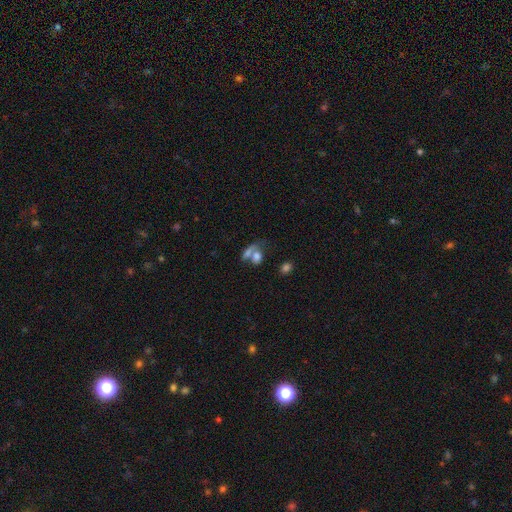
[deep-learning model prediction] This appears to be a smooth galaxy with no disk features (72%) that is in between round and cigar-shaped (63%). Merging: merger (52%).